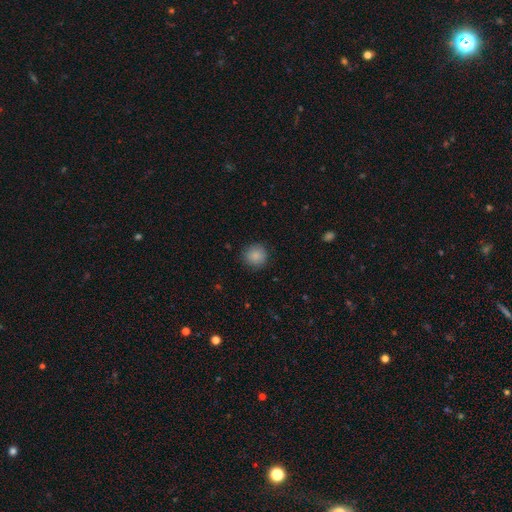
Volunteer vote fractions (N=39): This is clearly a smooth galaxy (90%). How rounded: clearly round (91%). Merging: clearly none (94%).